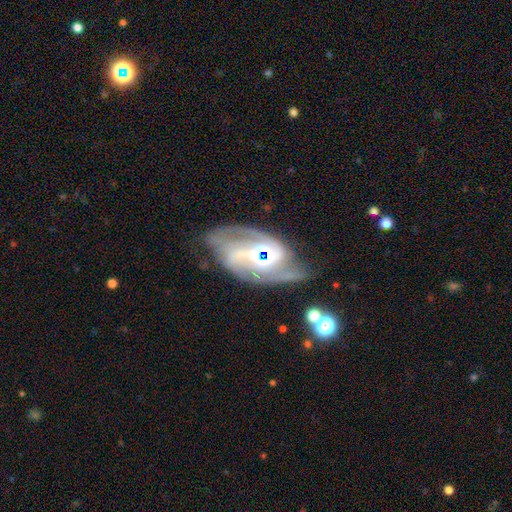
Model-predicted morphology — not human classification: Overall: featured or disk (84%). Edge-on disk: no (95%). Bar: weak (40%; strong 34%). Spiral arms: yes (94%). Spiral arm count: 2 (70%). Spiral winding: medium (48%; tight 34%). Bulge size: small (41%; moderate 40%). Merging: none (57%; minor disturbance 20%).